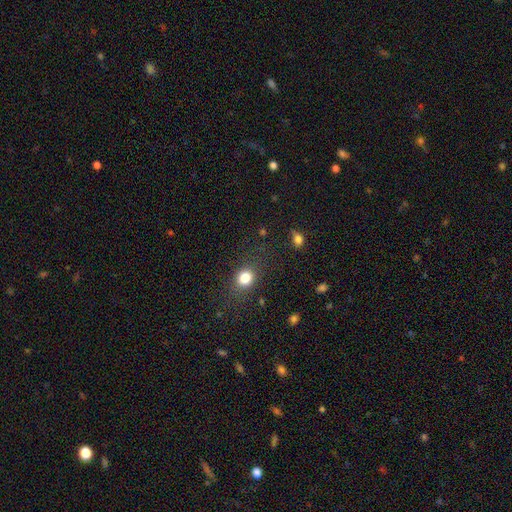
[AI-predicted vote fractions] Q: Smooth or featured?
A: smooth (58%); runner-up: star or artifact (33%)
Q: How rounded?
A: round (63%); runner-up: in between (33%)
Q: Merging?
A: none (83%); runner-up: minor disturbance (11%)